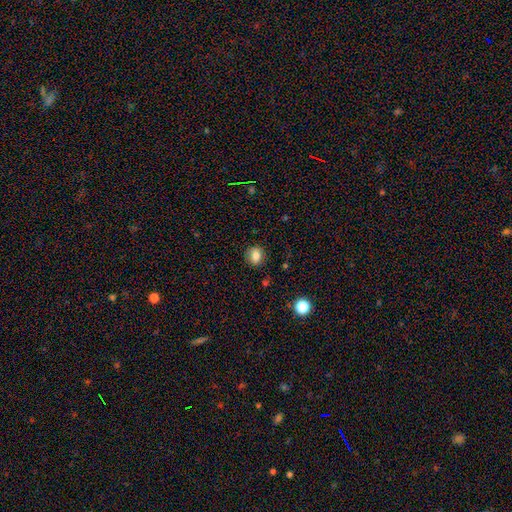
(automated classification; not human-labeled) Overall: smooth (81%). How rounded: round (69%; in between 30%). Merging: none (85%).